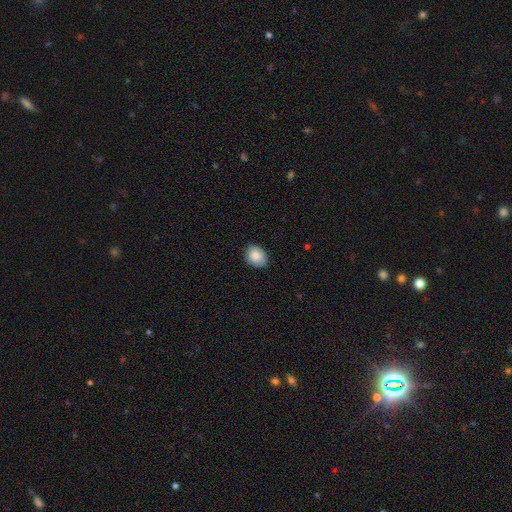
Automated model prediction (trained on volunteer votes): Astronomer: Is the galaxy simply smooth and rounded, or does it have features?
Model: smooth — 87%.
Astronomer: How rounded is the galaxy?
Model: in between — 55% (runner-up: round, 44%).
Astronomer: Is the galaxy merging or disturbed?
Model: none — 83%.